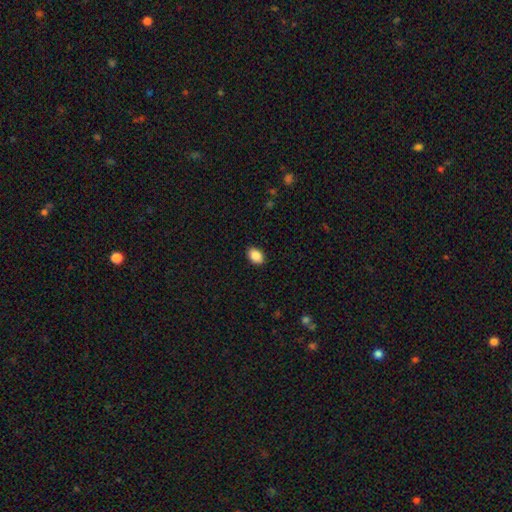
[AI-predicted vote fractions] This appears to be a smooth galaxy with no disk features (89%) that is in between round and cigar-shaped (82%). Merging: none (90%).